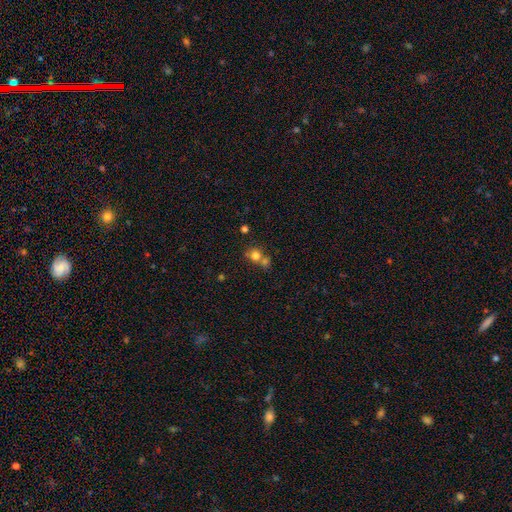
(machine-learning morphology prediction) The model was most divided on "merging": none: 45%, merger: 43%, minor disturbance: 8%, major disturbance: 4%. More confident: how rounded — round (81%); smooth or featured — smooth (77%).